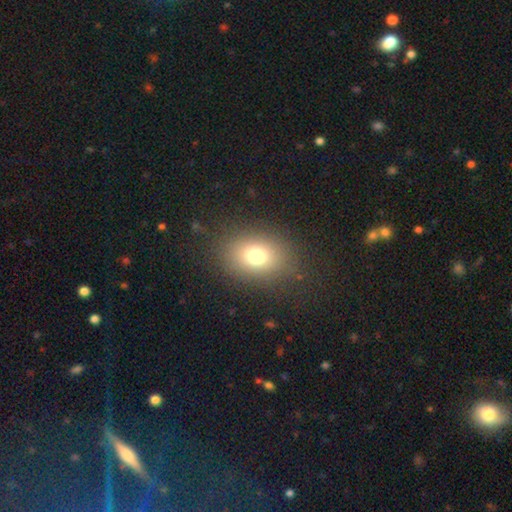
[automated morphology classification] Smooth or featured?
  - smooth: 74% *
  - star or artifact: 15%
  - featured or disk: 12%
How rounded?
  - in between: 61% *
  - round: 38%
  - cigar-shaped: 1%
Merging?
  - none: 83% *
  - minor disturbance: 10%
  - major disturbance: 6%
  - merger: 1%